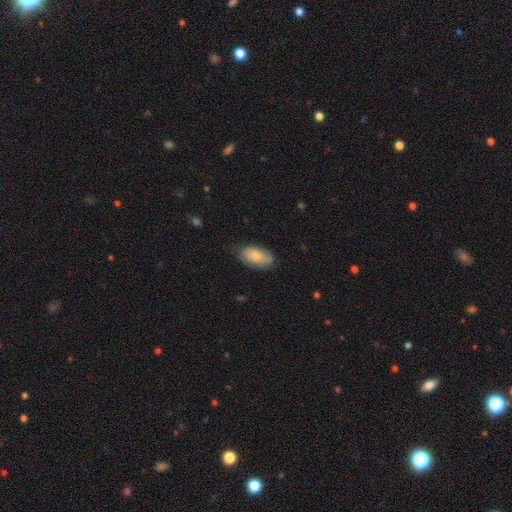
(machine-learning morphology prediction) Smooth or featured? Predicted: smooth (p=0.81). How rounded? Predicted: in between (p=0.94). Merging? Predicted: none (p=0.66).